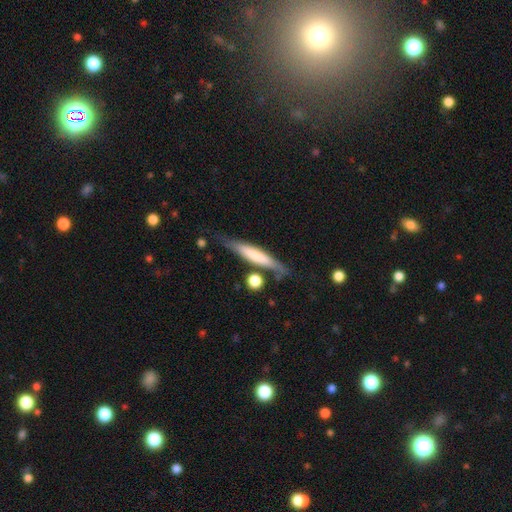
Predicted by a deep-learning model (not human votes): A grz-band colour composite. It shows a smooth galaxy with no disk features (58%) that is cigar-shaped (88%). Merging: none (68%).